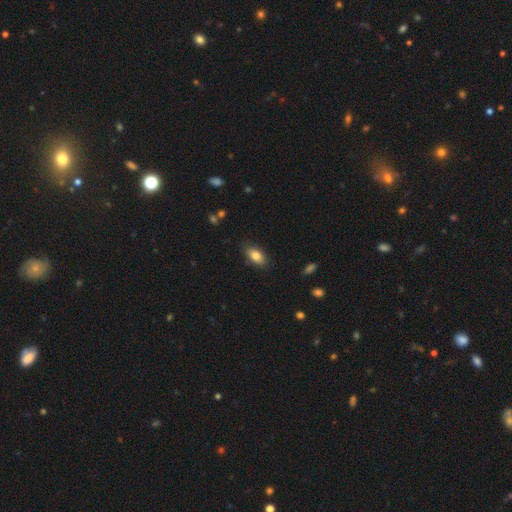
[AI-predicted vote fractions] Q: Smooth or featured?
A: smooth (84%); runner-up: featured or disk (9%)
Q: How rounded?
A: in between (90%); runner-up: round (5%)
Q: Merging?
A: none (84%); runner-up: minor disturbance (12%)